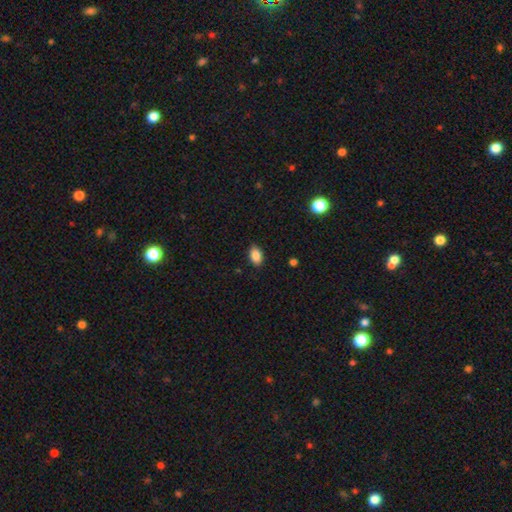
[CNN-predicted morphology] smooth_or_featured: smooth (p=0.86) [alt: star or artifact p=0.08]
how_rounded: in between (p=0.88) [alt: round p=0.10]
merging: none (p=0.86) [alt: minor disturbance p=0.11]